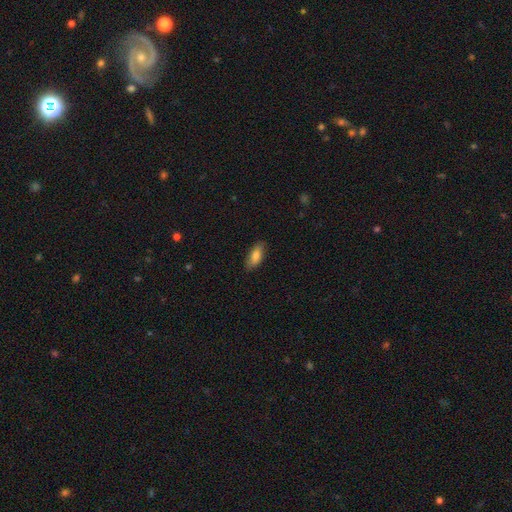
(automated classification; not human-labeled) This appears to be a smooth galaxy with no disk features (79%) that is in between round and cigar-shaped (81%). Merging: none (83%).